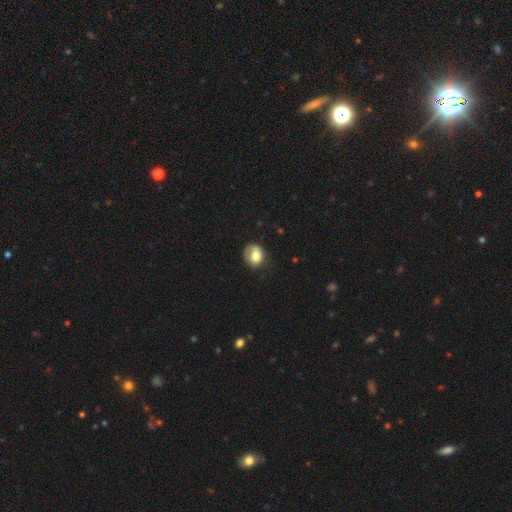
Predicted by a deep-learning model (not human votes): Smooth or featured? Predicted: smooth (p=0.73). How rounded? Predicted: round (p=0.51). Merging? Predicted: none (p=0.53).